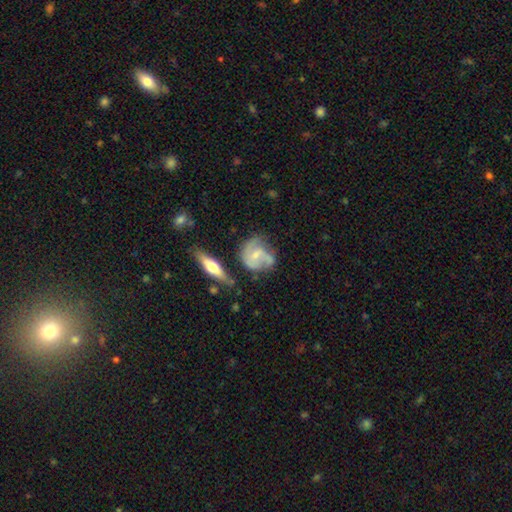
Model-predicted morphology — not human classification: This is likely a featured or disk galaxy (65%). It is clearly not viewed edge-on (95%). Bar: possibly no (50%). Spiral arm pattern: likely yes (79%). Central bulge: possibly small (55%). Merging: possibly none (47%).